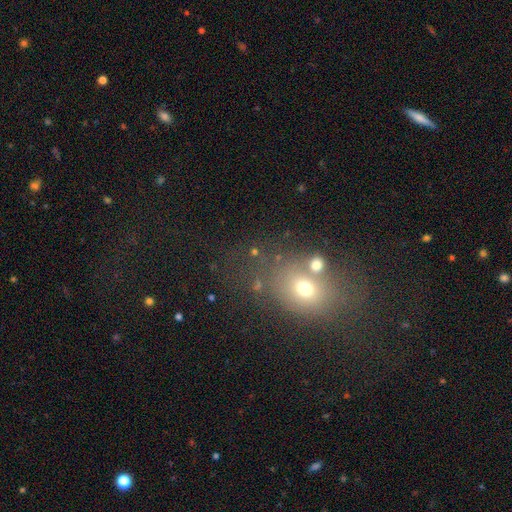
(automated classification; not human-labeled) Q: Smooth or featured?
A: smooth (54%); runner-up: star or artifact (30%)
Q: How rounded?
A: in between (51%); runner-up: round (47%)
Q: Merging?
A: none (57%); runner-up: merger (19%)